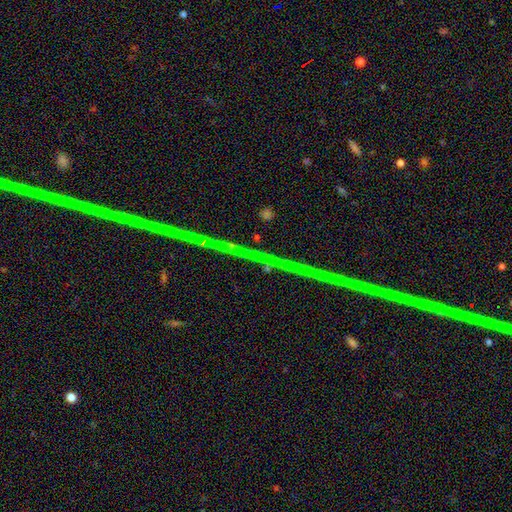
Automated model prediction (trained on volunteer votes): star or artifact 67%, featured or disk 22%, smooth 10%.